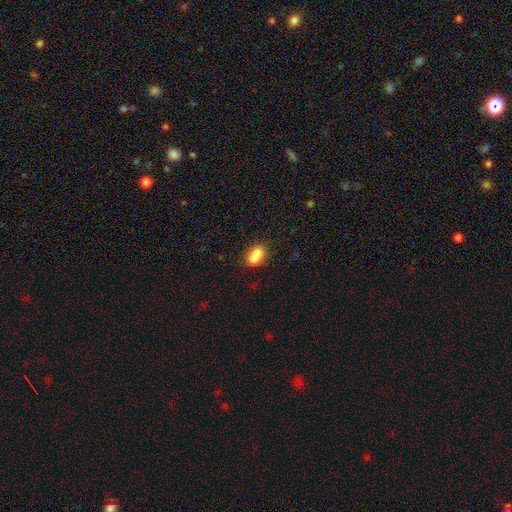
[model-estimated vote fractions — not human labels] smooth 74%, featured or disk 17%, star or artifact 10%. Down the decision tree: how rounded — in between (72%); merging — merger (44%).